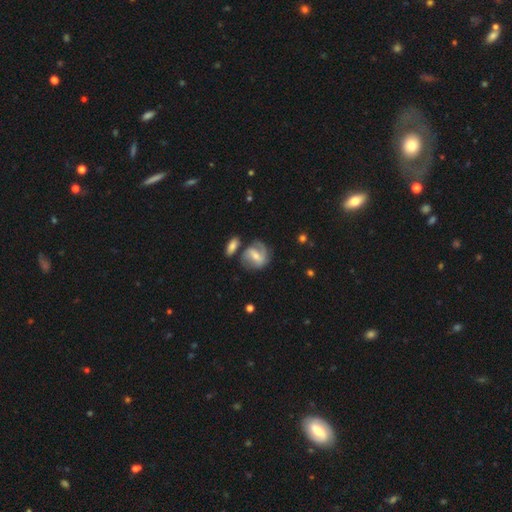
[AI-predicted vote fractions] smooth_or_featured: featured or disk (p=0.63) [alt: smooth p=0.29]
disk_edge_on: no (p=0.95) [alt: yes p=0.05]
bar: weak (p=0.44) [alt: strong p=0.35]
has_spiral_arms: yes (p=0.81) [alt: no p=0.19]
bulge_size: moderate (p=0.48) [alt: small p=0.44]
merging: none (p=0.59) [alt: minor disturbance p=0.18]